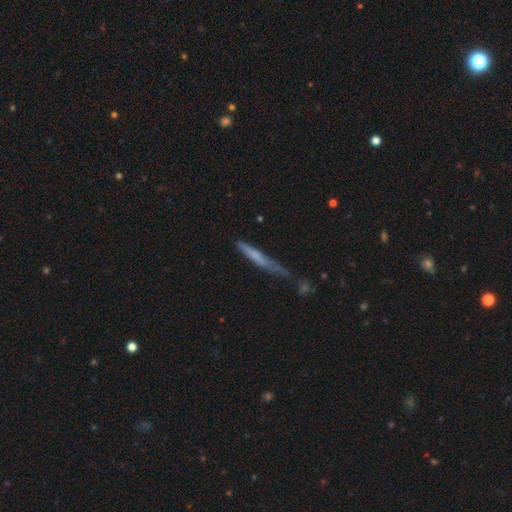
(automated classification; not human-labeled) The model was most divided on "merging": none: 51%, minor disturbance: 31%, major disturbance: 12%, merger: 6%. More confident: how rounded — cigar-shaped (95%); smooth or featured — smooth (57%).